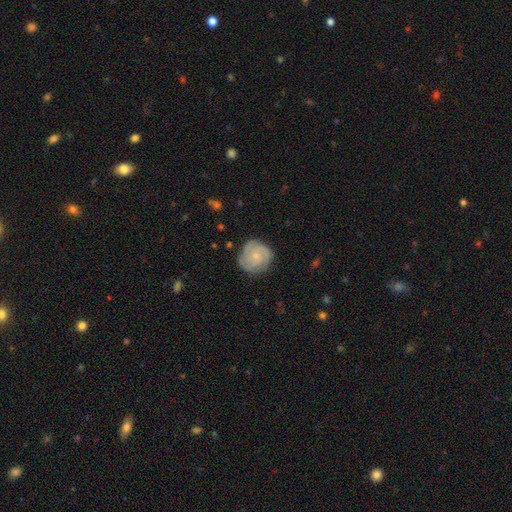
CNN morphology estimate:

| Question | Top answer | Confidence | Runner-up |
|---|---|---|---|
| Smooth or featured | featured or disk | 56% | smooth (37%) |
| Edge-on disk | no | 98% | yes (2%) |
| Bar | no | 76% | weak (21%) |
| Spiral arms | yes | 89% | no (11%) |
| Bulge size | small | 68% | moderate (19%) |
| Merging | none | 76% | minor disturbance (18%) |